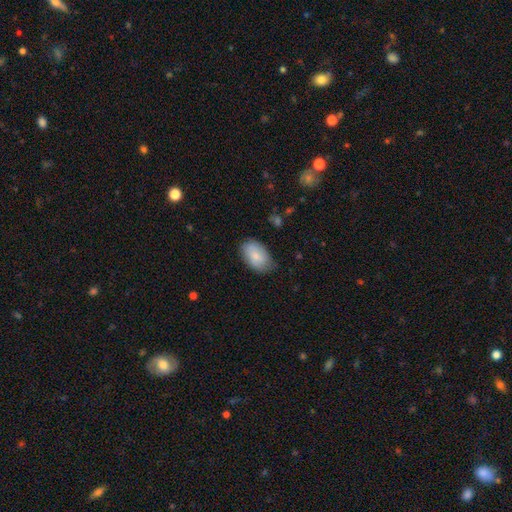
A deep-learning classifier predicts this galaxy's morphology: This is likely a smooth galaxy (73%). How rounded: clearly in between (92%). Merging: likely none (74%).